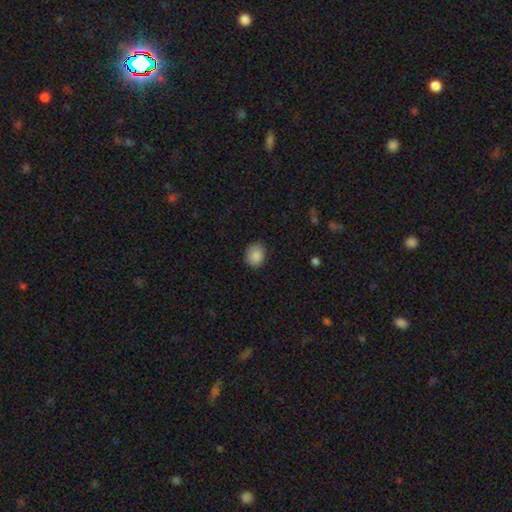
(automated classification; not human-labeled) Q: Smooth or featured?
A: smooth (85%); runner-up: star or artifact (8%)
Q: How rounded?
A: round (54%); runner-up: in between (45%)
Q: Merging?
A: none (82%); runner-up: minor disturbance (14%)